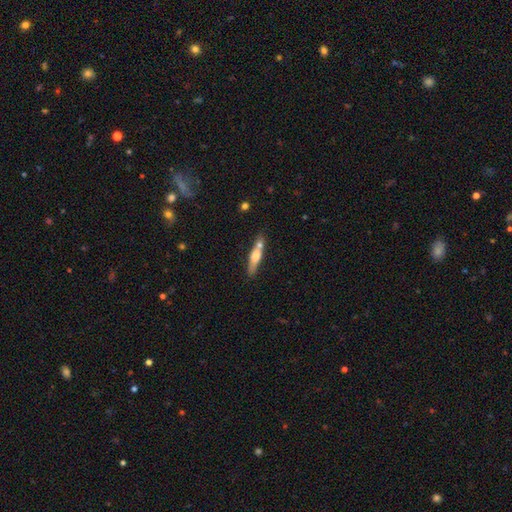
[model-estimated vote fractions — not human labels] smooth-or-featured: smooth: 54% | featured or disk: 40% | star or artifact: 6%
  how-rounded: cigar-shaped: 81% | in between: 17% | round: 3%
  merging: none: 62% | merger: 18% | minor disturbance: 16% | major disturbance: 5%